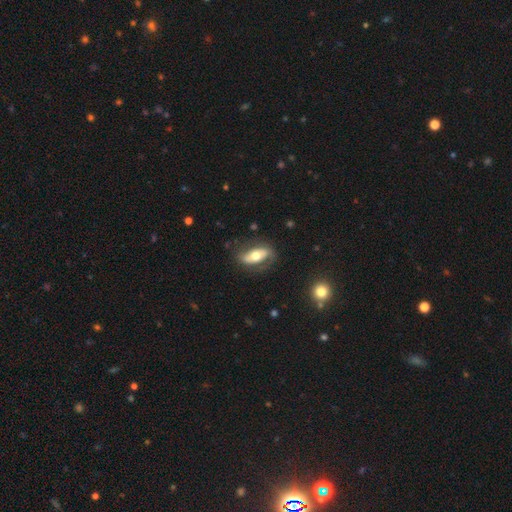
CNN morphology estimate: Smooth or featured: featured or disk — 54% (smooth — 40%)
Edge-on disk: no — 81% (yes — 19%)
Merging: none — 71% (minor disturbance — 18%)